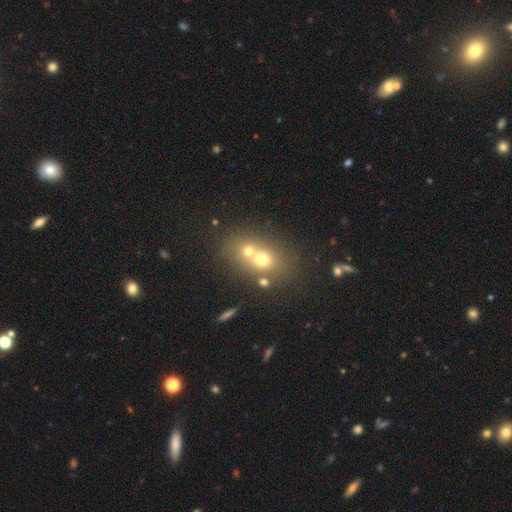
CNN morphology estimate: Smooth or featured? smooth (58%)
How rounded? round (58%)
Merging? merger (57%)